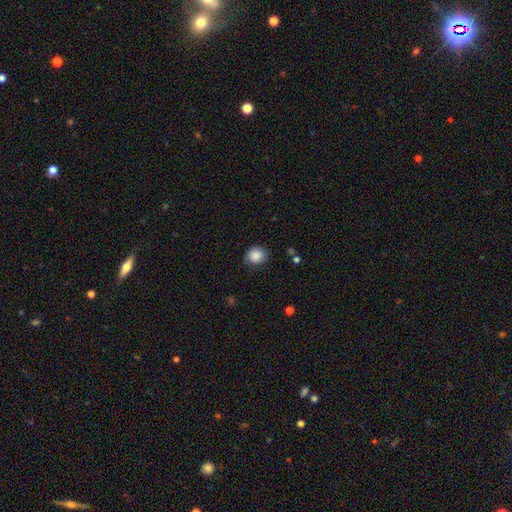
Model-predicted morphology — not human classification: Smooth or featured? smooth (85%)
How rounded? round (67%)
Merging? none (75%)